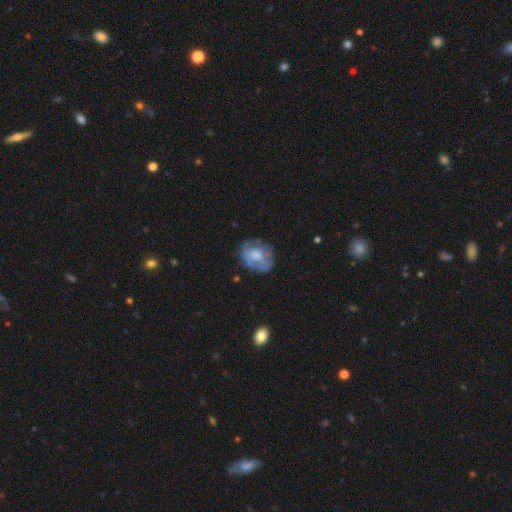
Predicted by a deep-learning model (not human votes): Overall: smooth (48%; featured or disk 44%). Merging: none (59%; minor disturbance 25%).